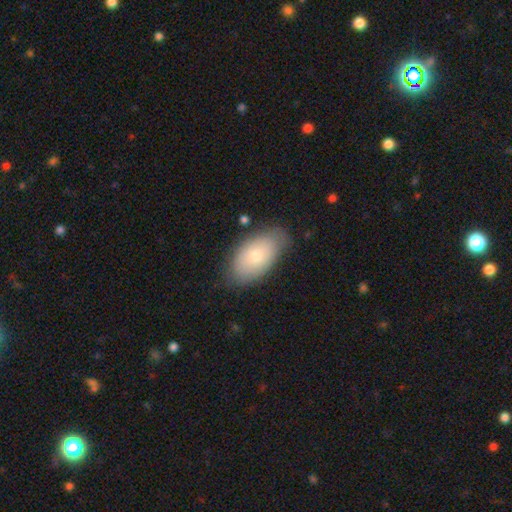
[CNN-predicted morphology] Smooth or featured: smooth — 73% (featured or disk — 21%)
How rounded: in between — 94% (round — 4%)
Merging: none — 77% (minor disturbance — 17%)